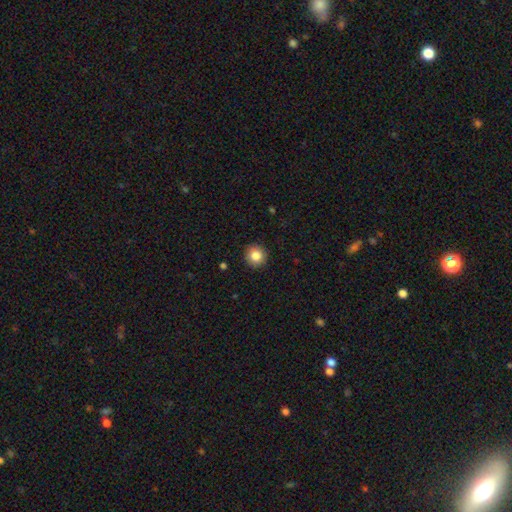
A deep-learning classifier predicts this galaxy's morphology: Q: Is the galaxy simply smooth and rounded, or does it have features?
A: smooth — 85%.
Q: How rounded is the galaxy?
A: round — 94%.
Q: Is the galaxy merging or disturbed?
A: none — 92%.